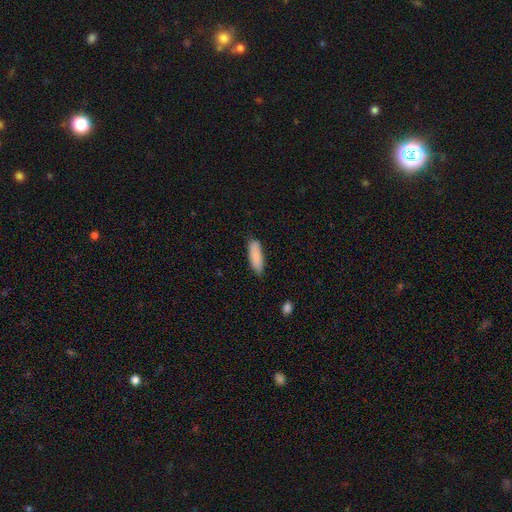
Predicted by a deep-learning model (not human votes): smooth-or-featured: smooth: 86% | featured or disk: 8% | star or artifact: 6%
  how-rounded: in between: 59% | cigar-shaped: 39% | round: 2%
  merging: none: 77% | minor disturbance: 19% | major disturbance: 3% | merger: 2%